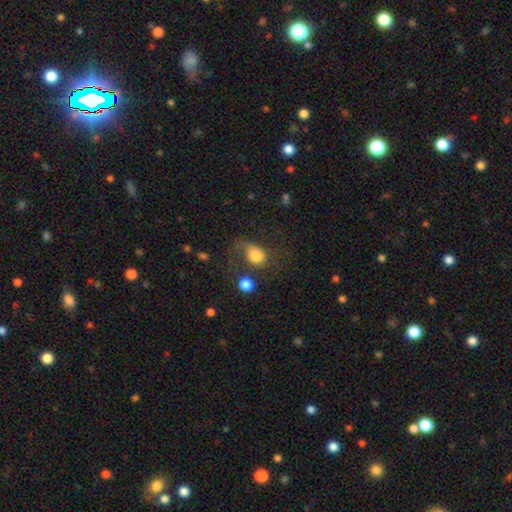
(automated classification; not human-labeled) This appears to be a smooth galaxy with no disk features (73%) that is in between round and cigar-shaped (50%). Merging: major disturbance (35%).